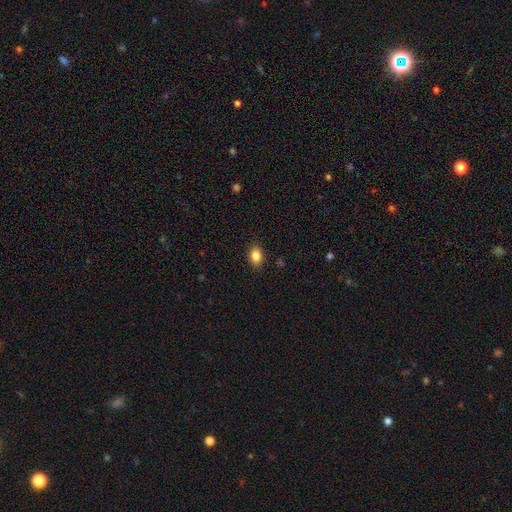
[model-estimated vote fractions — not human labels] Smooth or featured? Predicted: smooth (p=0.85). How rounded? Predicted: in between (p=0.79). Merging? Predicted: none (p=0.87).